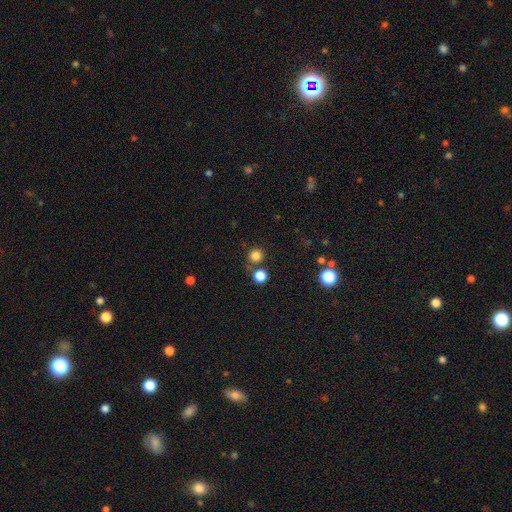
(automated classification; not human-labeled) This is clearly a smooth galaxy (81%). How rounded: clearly round (92%). Merging: likely none (74%).